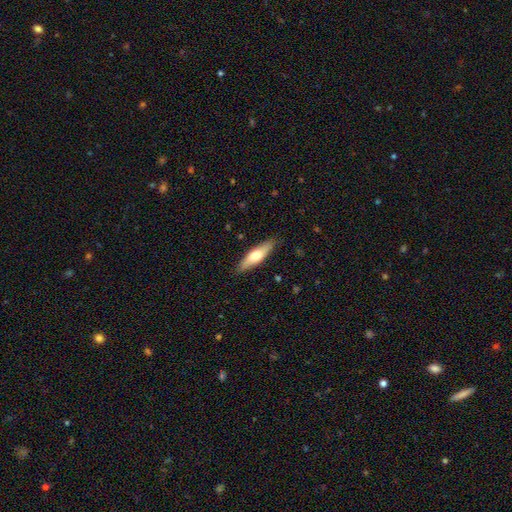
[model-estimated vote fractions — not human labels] The model was most divided on "smooth or featured": smooth: 59%, featured or disk: 36%, star or artifact: 5%. More confident: merging — none (87%); how rounded — cigar-shaped (61%).